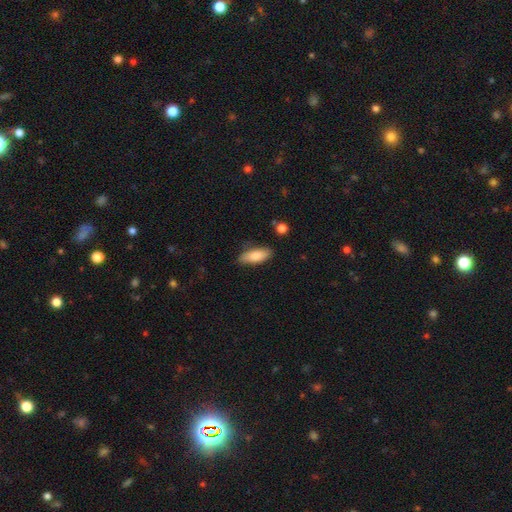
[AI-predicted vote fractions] smooth 84%, featured or disk 10%, star or artifact 6%. Down the decision tree: how rounded — in between (72%); merging — none (79%).